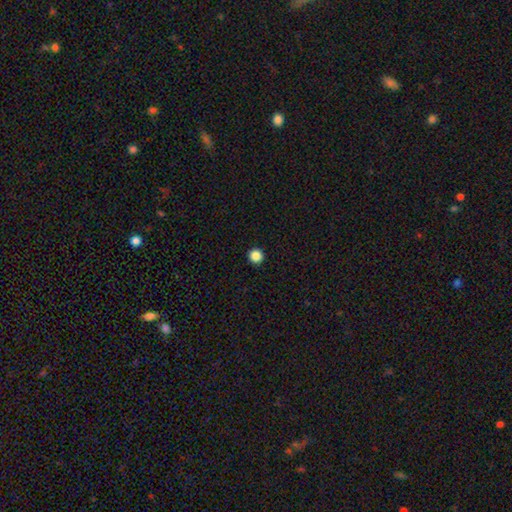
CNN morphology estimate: smooth-or-featured: smooth: 87% | star or artifact: 10% | featured or disk: 3%
  how-rounded: round: 97% | in between: 2% | cigar-shaped: 1%
  merging: none: 94% | minor disturbance: 3% | major disturbance: 1% | merger: 1%